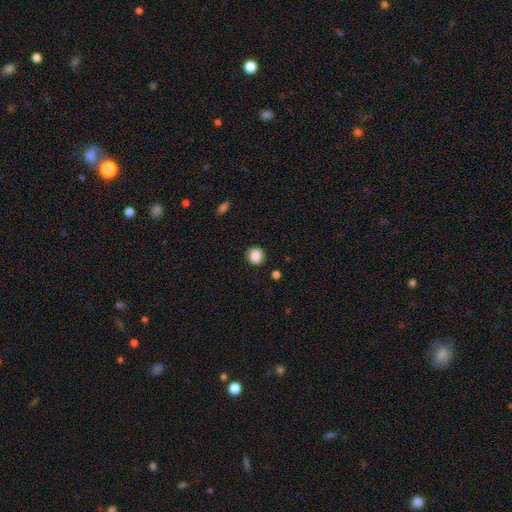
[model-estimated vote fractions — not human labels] The model was most divided on "how rounded": round: 84%, in between: 15%, cigar-shaped: 1%. More confident: smooth or featured — smooth (87%); merging — none (85%).